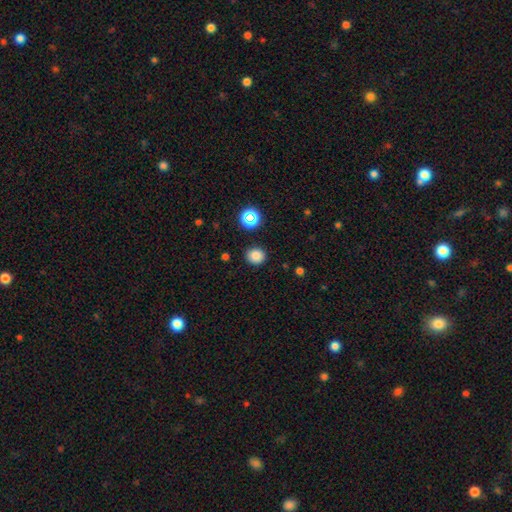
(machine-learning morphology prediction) Smooth or featured? smooth (82%)
How rounded? round (81%)
Merging? none (89%)